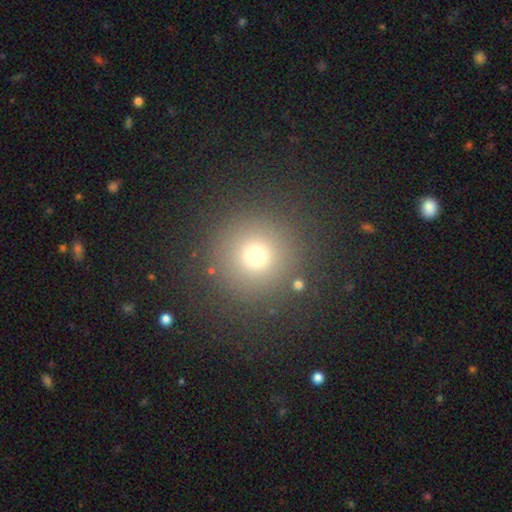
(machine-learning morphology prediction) Smooth or featured: smooth — 71% (star or artifact — 20%)
How rounded: round — 96% (in between — 3%)
Merging: none — 87% (minor disturbance — 7%)